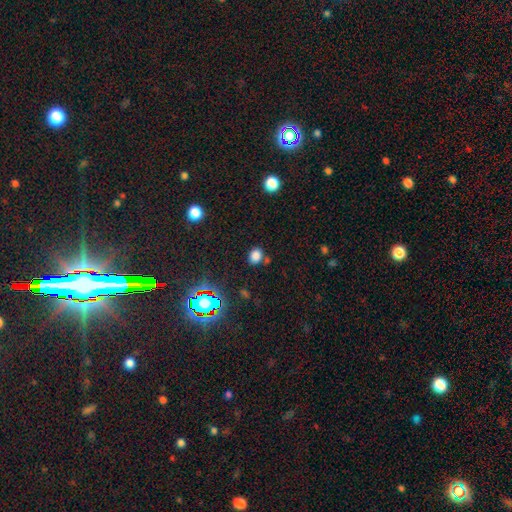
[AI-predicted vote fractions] A smooth galaxy with no disk features (77%) that is round (52%). Merging: none (75%).